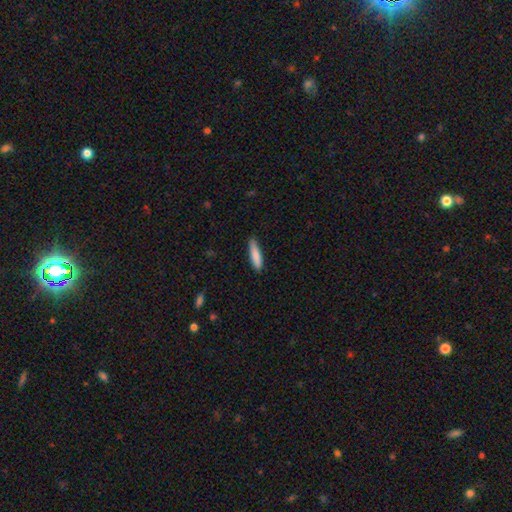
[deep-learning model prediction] Smooth or featured? Predicted: smooth (p=0.85). How rounded? Predicted: cigar-shaped (p=0.78). Merging? Predicted: none (p=0.83).